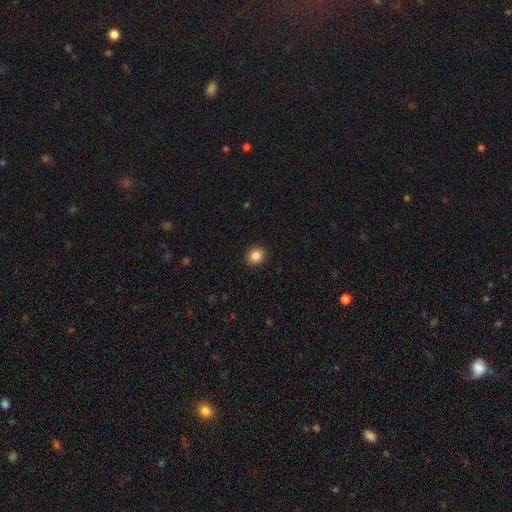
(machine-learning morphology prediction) Smooth or featured? smooth (86%)
How rounded? round (81%)
Merging? none (92%)